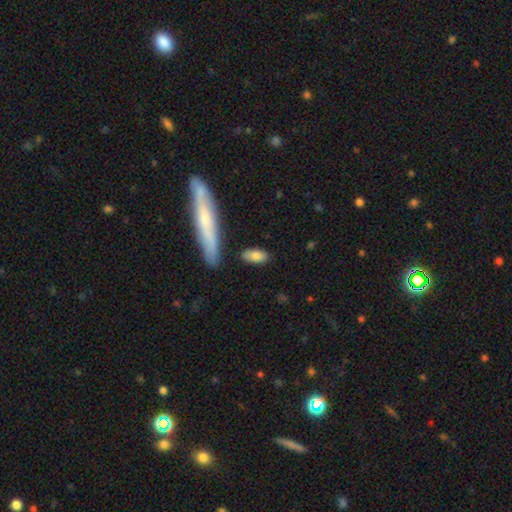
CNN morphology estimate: Smooth or featured? smooth (78%)
How rounded? in between (81%)
Merging? none (79%)